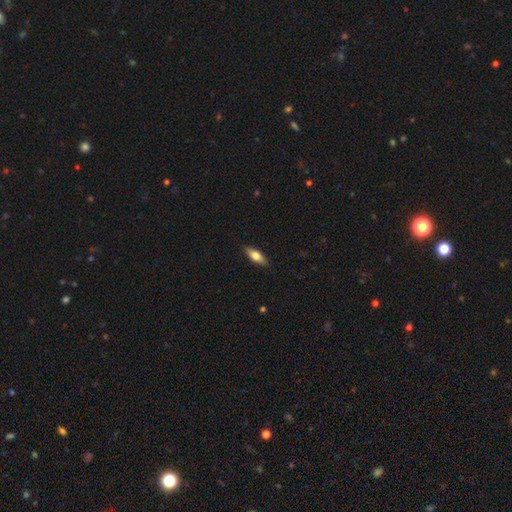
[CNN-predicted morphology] Q: Smooth or featured?
A: smooth (71%); runner-up: featured or disk (23%)
Q: How rounded?
A: in between (67%); runner-up: cigar-shaped (31%)
Q: Merging?
A: none (87%); runner-up: minor disturbance (10%)